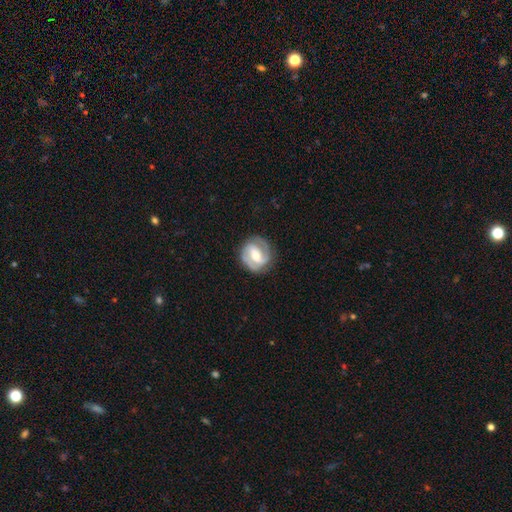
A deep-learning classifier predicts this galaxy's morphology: smooth_or_featured: featured or disk (p=0.80) [alt: smooth p=0.16]
disk_edge_on: no (p=0.97) [alt: yes p=0.03]
bar: strong (p=0.41) [tied with: weak p=0.41]
has_spiral_arms: yes (p=0.90) [alt: no p=0.10]
spiral_winding: tight (p=0.50) [alt: medium p=0.39]
spiral_arm_count: 2 (p=0.82) [alt: can't tell p=0.08]
bulge_size: moderate (p=0.65) [alt: small p=0.26]
merging: none (p=0.80) [alt: minor disturbance p=0.13]